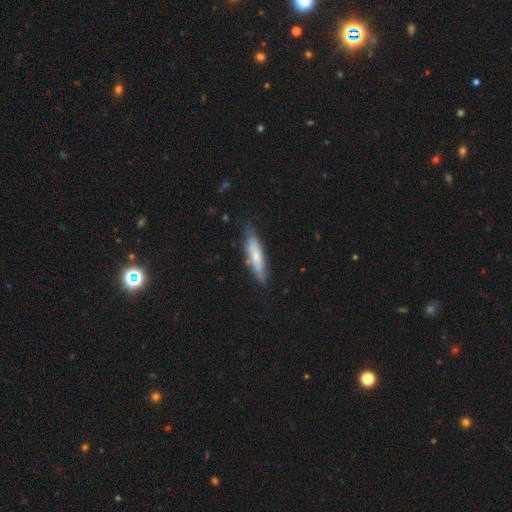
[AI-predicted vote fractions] Overall: smooth (58%; featured or disk 36%). How rounded: cigar-shaped (78%). Merging: none (75%).